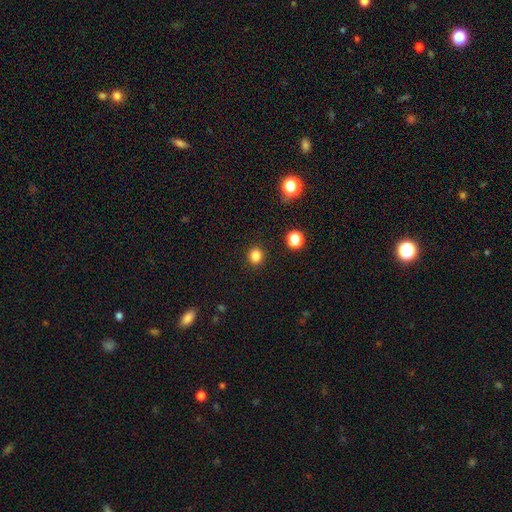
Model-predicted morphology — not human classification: smooth-or-featured: smooth: 83% | star or artifact: 13% | featured or disk: 4%
  how-rounded: round: 79% | in between: 20% | cigar-shaped: 1%
  merging: none: 90% | minor disturbance: 6% | major disturbance: 2% | merger: 1%